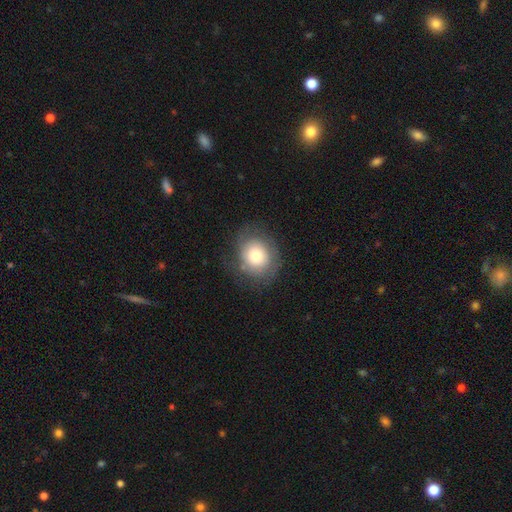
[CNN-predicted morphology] This is likely a smooth galaxy (71%). How rounded: likely round (72%). Merging: likely none (73%).